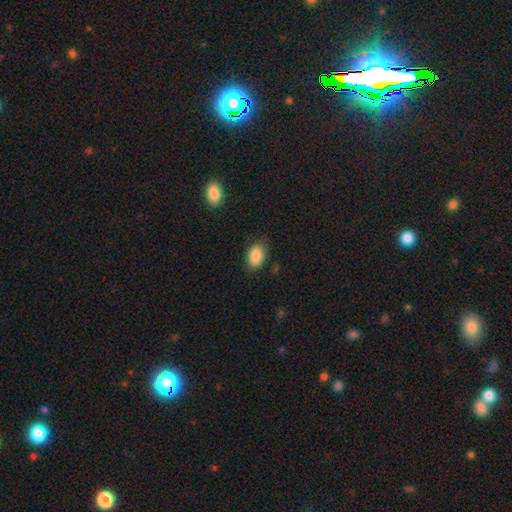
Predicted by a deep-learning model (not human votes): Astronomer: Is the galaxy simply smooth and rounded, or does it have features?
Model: smooth — 88%.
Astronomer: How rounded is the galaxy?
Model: in between — 89%.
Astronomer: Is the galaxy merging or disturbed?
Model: none — 82%.